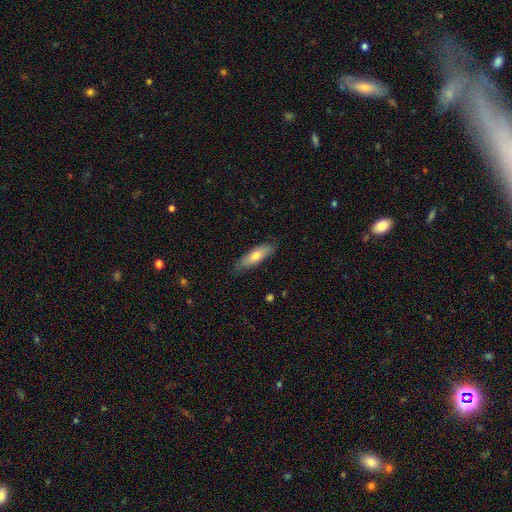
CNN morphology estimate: Smooth or featured? smooth (64%)
How rounded? cigar-shaped (58%)
Merging? none (84%)